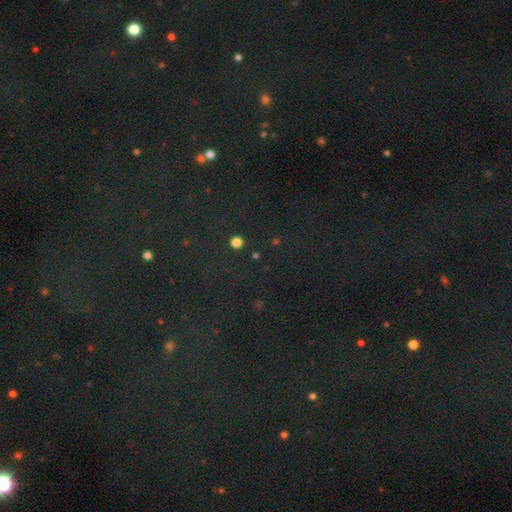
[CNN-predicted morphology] smooth_or_featured: star or artifact (p=0.67) [alt: smooth p=0.25]